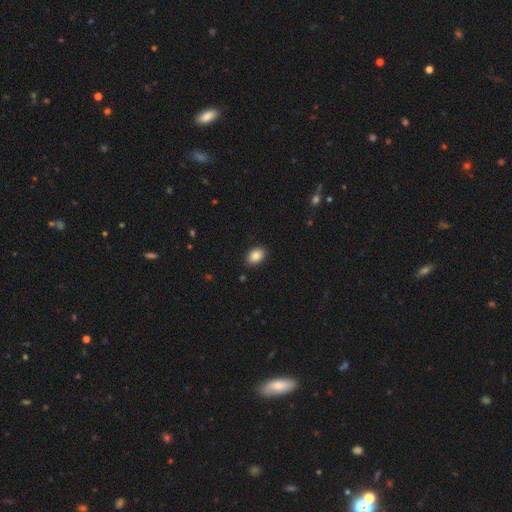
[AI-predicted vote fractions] This appears to be a smooth galaxy with no disk features (87%) that is in between round and cigar-shaped (81%). Merging: none (89%).